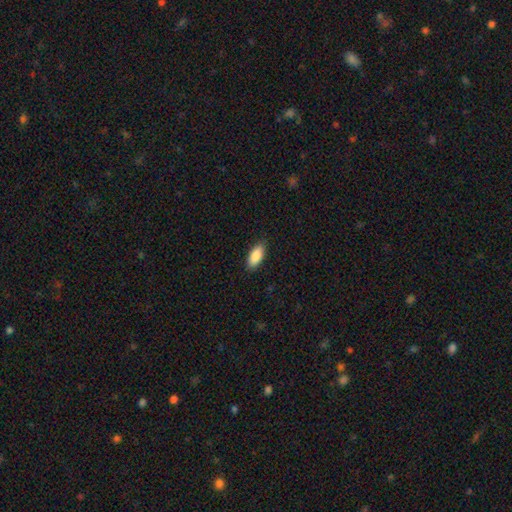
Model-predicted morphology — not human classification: This is clearly a smooth galaxy (88%). How rounded: clearly in between (87%). Merging: clearly none (87%).